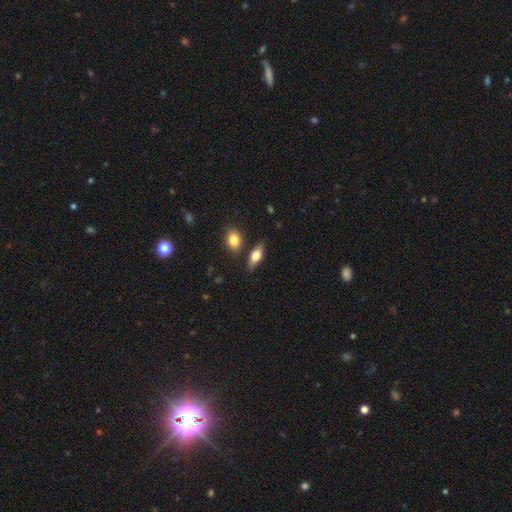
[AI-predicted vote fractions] The model was most divided on "smooth or featured": smooth: 68%, featured or disk: 25%, star or artifact: 7%. More confident: merging — none (76%); how rounded — in between (74%).